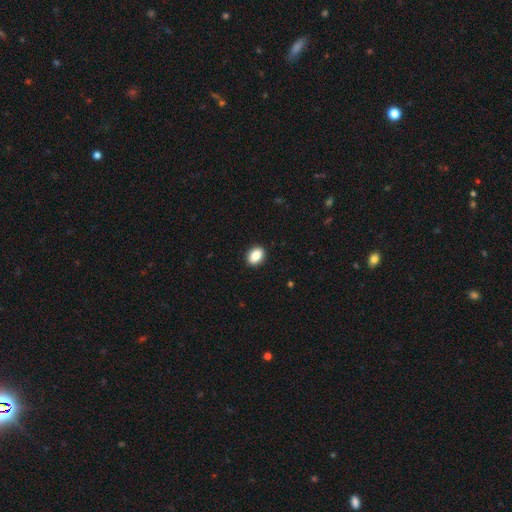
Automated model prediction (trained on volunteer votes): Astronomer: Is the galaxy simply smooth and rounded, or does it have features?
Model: smooth — 88%.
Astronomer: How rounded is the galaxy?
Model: in between — 74%.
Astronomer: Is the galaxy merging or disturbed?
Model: none — 91%.